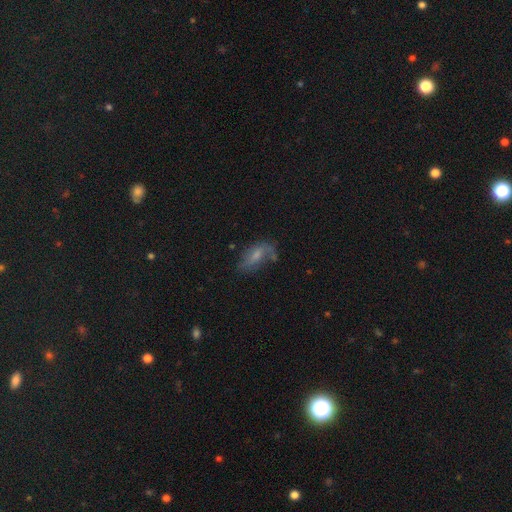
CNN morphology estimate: This appears to be a featured or disk galaxy (48%). Merging: none (50%).